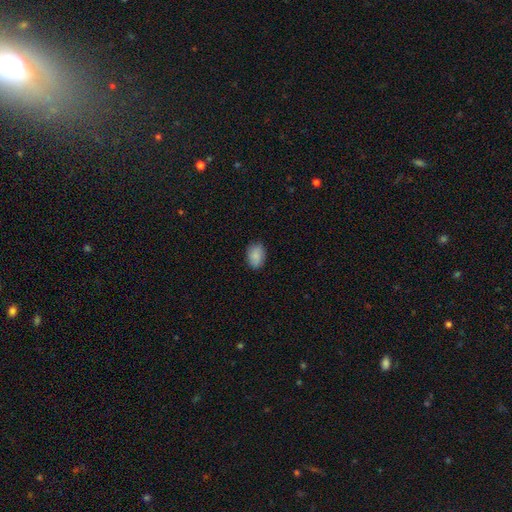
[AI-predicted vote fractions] The model was most divided on "how rounded": in between: 80%, round: 19%, cigar-shaped: 1%. More confident: smooth or featured — smooth (87%); merging — none (84%).